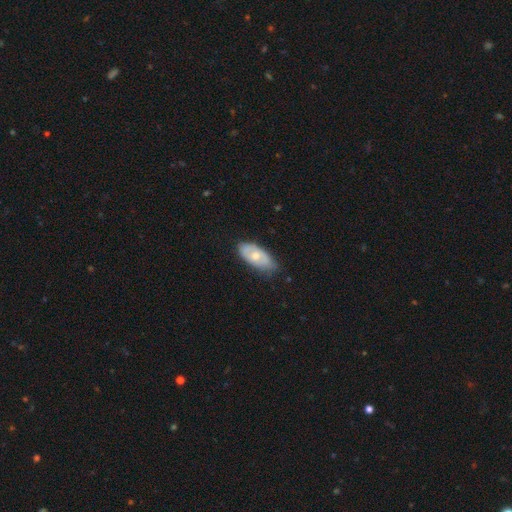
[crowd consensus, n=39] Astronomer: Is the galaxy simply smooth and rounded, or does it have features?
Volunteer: smooth — 49%, tied with featured or disk at 49%.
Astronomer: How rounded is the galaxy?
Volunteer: in between — 95%.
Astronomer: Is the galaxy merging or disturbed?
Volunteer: none — 63%.